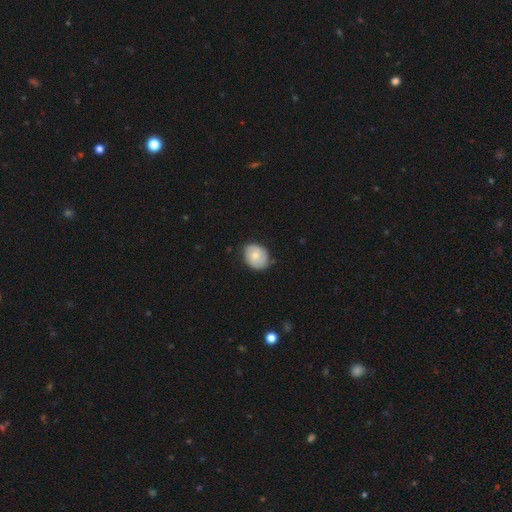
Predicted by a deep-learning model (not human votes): A smooth galaxy with no disk features (60%) that is in between round and cigar-shaped (52%). Merging: none (76%).